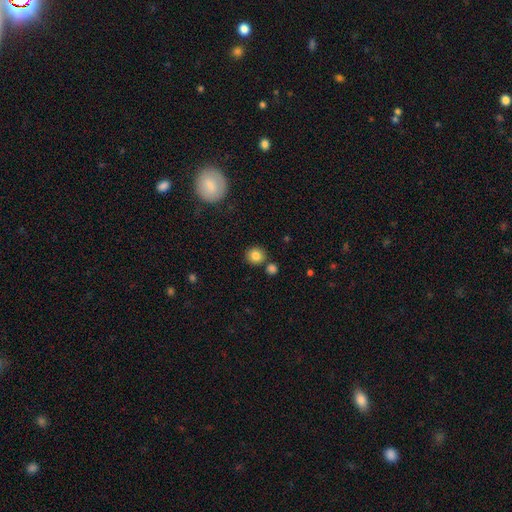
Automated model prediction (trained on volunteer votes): Q: Smooth or featured?
A: smooth (83%); runner-up: star or artifact (10%)
Q: How rounded?
A: round (88%); runner-up: in between (11%)
Q: Merging?
A: none (80%); runner-up: merger (10%)